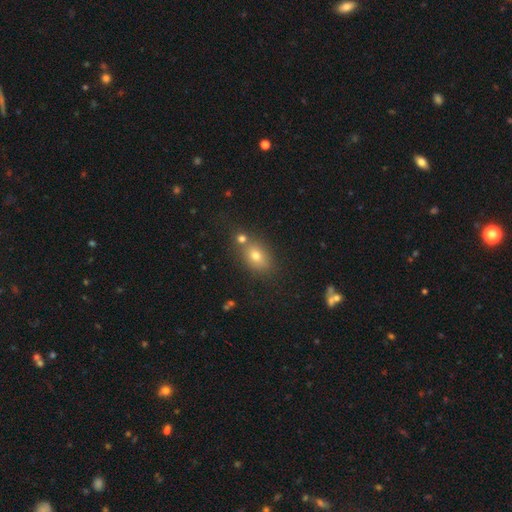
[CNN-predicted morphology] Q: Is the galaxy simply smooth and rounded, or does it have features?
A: smooth — 70%.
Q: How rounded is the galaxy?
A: in between — 69%.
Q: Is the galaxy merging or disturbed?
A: none — 60%.